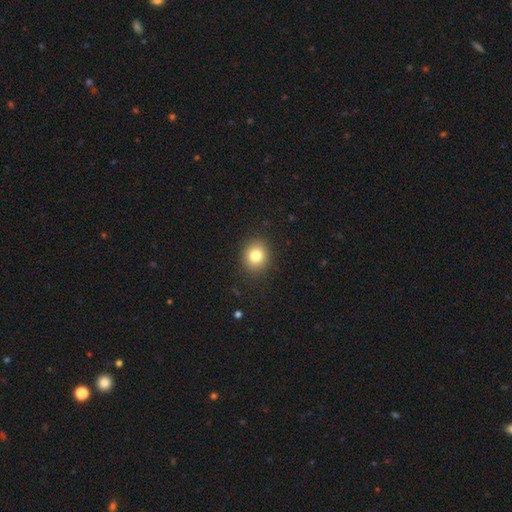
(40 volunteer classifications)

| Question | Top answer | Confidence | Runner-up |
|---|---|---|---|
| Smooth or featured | smooth | 80% | featured or disk (10%) |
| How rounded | round | 75% | in between (25%) |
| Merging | none | 92% | minor disturbance (3%) |